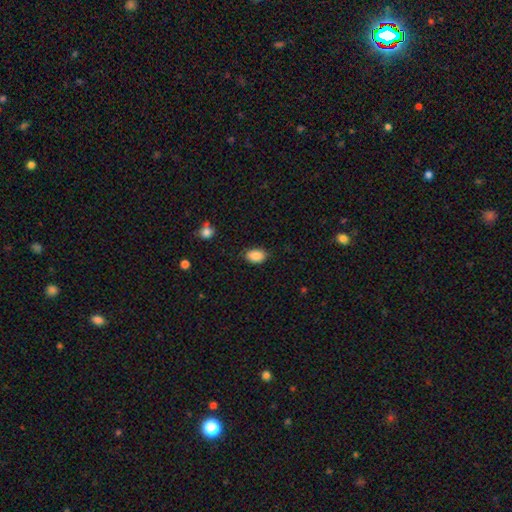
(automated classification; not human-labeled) This appears to be a smooth galaxy with no disk features (88%) that is in between round and cigar-shaped (86%). Merging: none (80%).